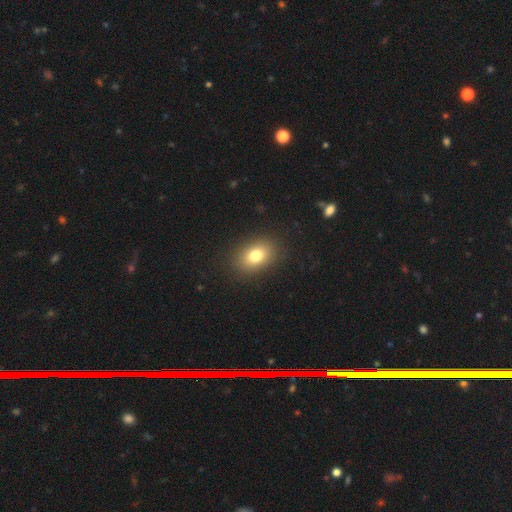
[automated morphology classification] Smooth or featured? Predicted: smooth (p=0.77). How rounded? Predicted: in between (p=0.75). Merging? Predicted: none (p=0.88).